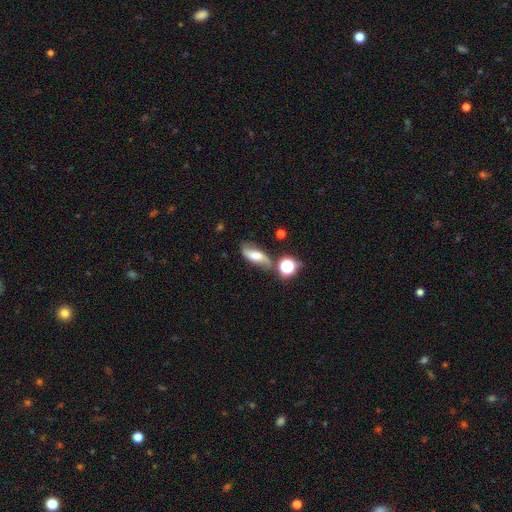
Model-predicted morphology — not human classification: This appears to be a featured or disk galaxy (53%). Merging: none (62%).